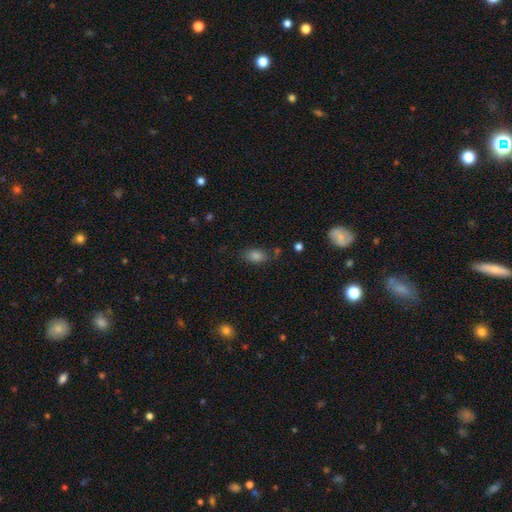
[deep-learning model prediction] Smooth or featured? smooth (78%)
How rounded? in between (86%)
Merging? none (73%)